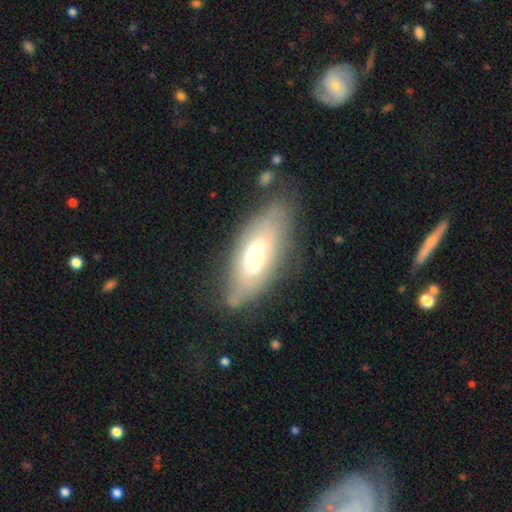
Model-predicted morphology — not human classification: smooth-or-featured: featured or disk: 53% | smooth: 41% | star or artifact: 7%
  disk-edge-on: no: 75% | yes: 25%
  merging: none: 67% | minor disturbance: 21% | major disturbance: 8% | merger: 4%